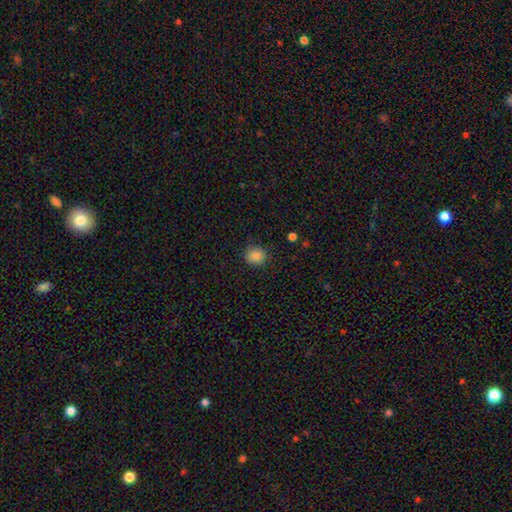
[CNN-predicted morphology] Q: Smooth or featured?
A: smooth (86%); runner-up: star or artifact (10%)
Q: How rounded?
A: round (83%); runner-up: in between (16%)
Q: Merging?
A: none (86%); runner-up: minor disturbance (10%)